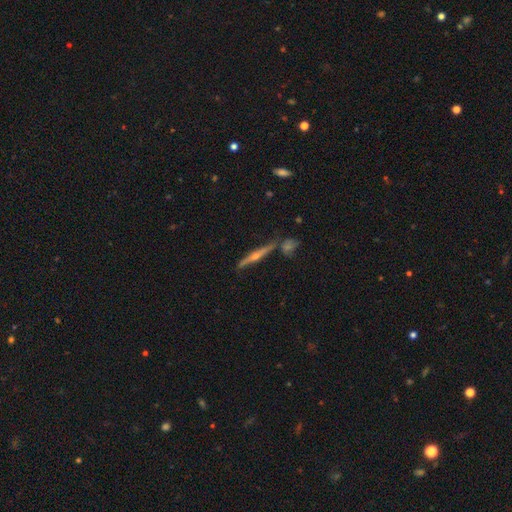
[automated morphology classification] Smooth or featured? Predicted: featured or disk (p=0.76). Edge-on disk? Predicted: yes (p=0.97). Edge-on bulge? Predicted: rounded (p=0.87). Merging? Predicted: none (p=0.78).